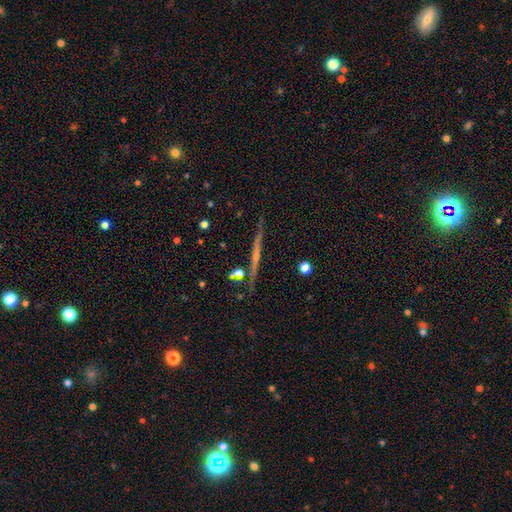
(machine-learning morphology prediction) Q: Smooth or featured?
A: featured or disk (72%); runner-up: smooth (19%)
Q: Edge-on disk?
A: yes (97%); runner-up: no (3%)
Q: Edge-on bulge?
A: none (51%); runner-up: rounded (42%)
Q: Merging?
A: none (88%); runner-up: minor disturbance (8%)